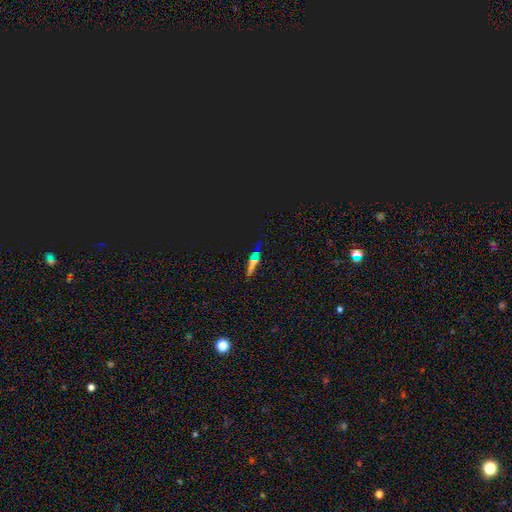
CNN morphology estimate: This is marginally a star or artifact rather than a galaxy (41%).